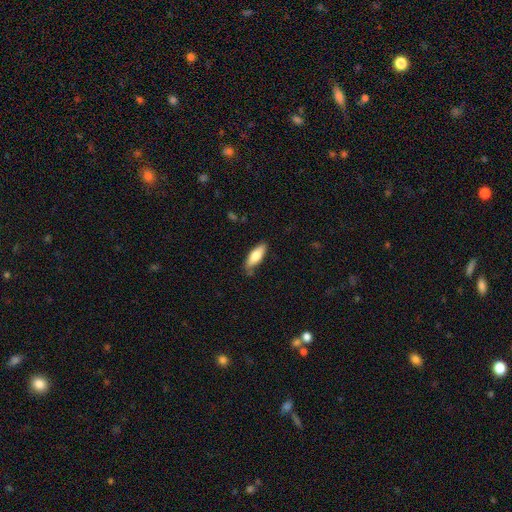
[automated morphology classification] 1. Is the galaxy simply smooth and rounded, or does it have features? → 75% smooth, 19% featured or disk, 6% star or artifact.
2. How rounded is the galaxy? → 63% in between, 34% cigar-shaped, 2% round.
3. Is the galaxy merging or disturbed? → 75% none, 20% minor disturbance, 4% major disturbance, 2% merger.